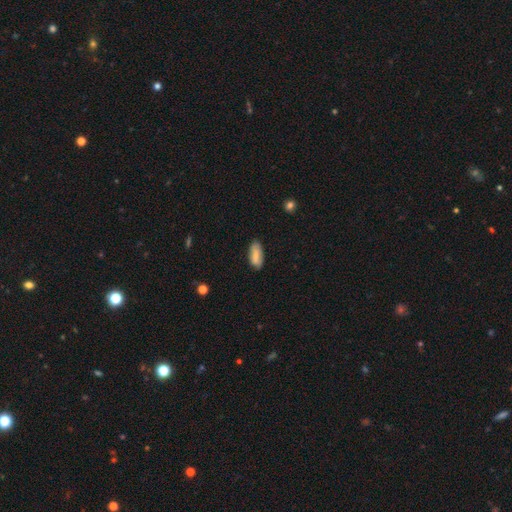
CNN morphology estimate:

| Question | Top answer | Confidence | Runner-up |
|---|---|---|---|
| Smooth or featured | smooth | 77% | featured or disk (16%) |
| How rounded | in between | 86% | cigar-shaped (12%) |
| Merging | none | 79% | minor disturbance (17%) |